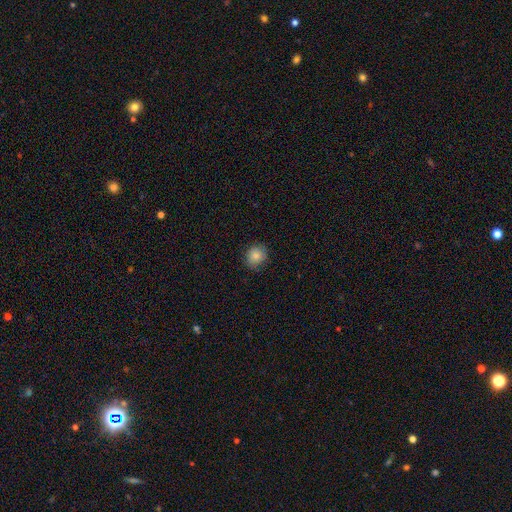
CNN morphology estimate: Overall: smooth (84%). How rounded: round (80%). Merging: none (83%).